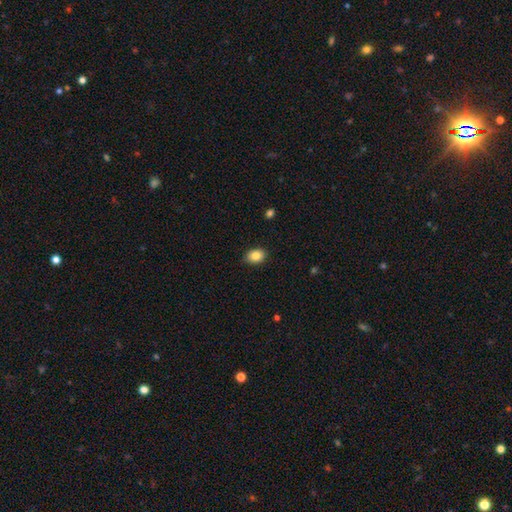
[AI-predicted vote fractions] Overall: smooth (85%). How rounded: in between (70%). Merging: none (86%).